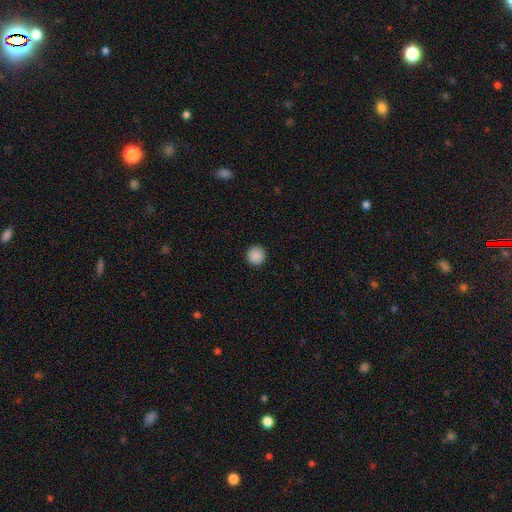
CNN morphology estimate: Overall: smooth (89%). How rounded: round (95%). Merging: none (93%).